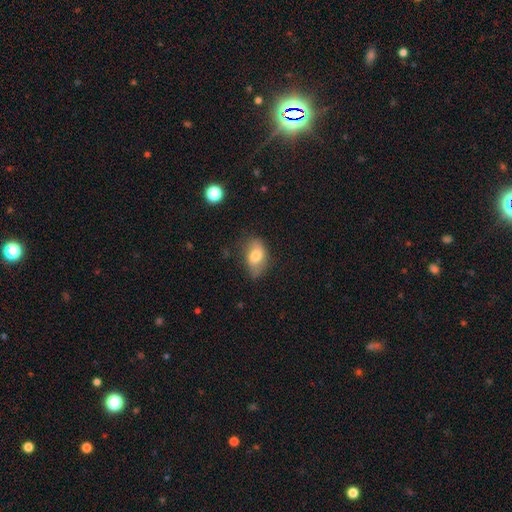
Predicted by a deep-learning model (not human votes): Smooth or featured? smooth (74%)
How rounded? in between (87%)
Merging? none (62%)